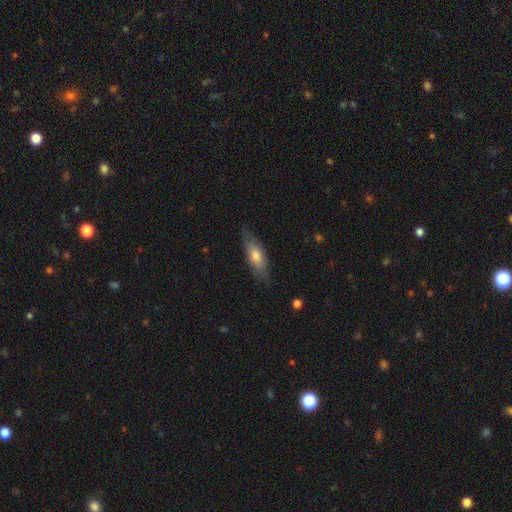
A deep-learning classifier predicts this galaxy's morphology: smooth 55%, featured or disk 38%, star or artifact 6%. Down the decision tree: how rounded — in between (56%); merging — none (75%).